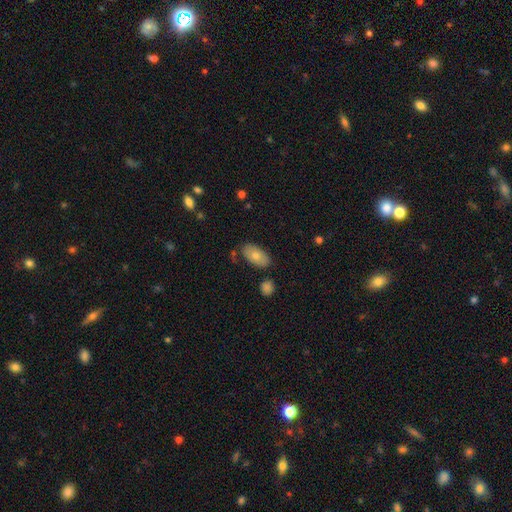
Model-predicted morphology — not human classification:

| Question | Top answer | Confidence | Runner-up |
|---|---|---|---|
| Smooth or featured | smooth | 71% | featured or disk (22%) |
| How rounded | in between | 93% | round (5%) |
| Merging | none | 78% | minor disturbance (15%) |